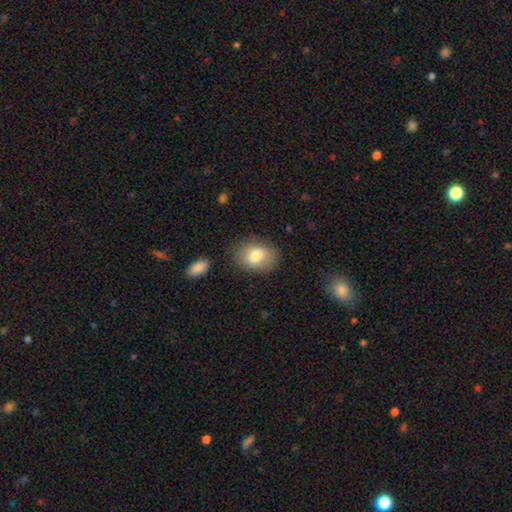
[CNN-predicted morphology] A smooth galaxy with no disk features (78%) that is in between round and cigar-shaped (73%).

Vote fractions:
- Smooth or featured? smooth: 78% / featured or disk: 14% / star or artifact: 8%
- How rounded? in between: 73% / round: 26% / cigar-shaped: 1%
- Merging? none: 79% / minor disturbance: 14% / major disturbance: 4% / merger: 2%